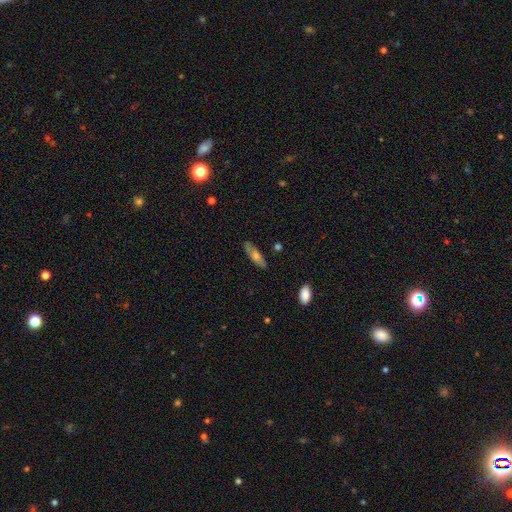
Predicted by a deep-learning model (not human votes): Smooth or featured: smooth — 52% (featured or disk — 40%)
How rounded: cigar-shaped — 53% (in between — 44%)
Merging: none — 79% (minor disturbance — 16%)